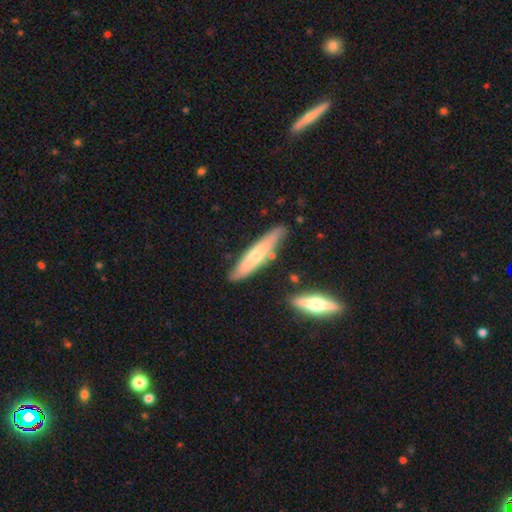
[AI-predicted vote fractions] Morphology: type=smooth (56%); roundness=cigar-shaped (87%); merging=none (78%).